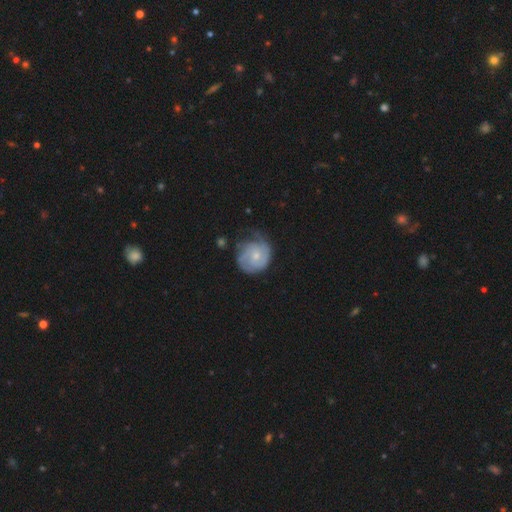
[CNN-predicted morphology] A featured or disk galaxy (65%) with no bar (73%), 2 (33%) tight (57%) spiral arms (88%) and a small central bulge (58%).

Vote fractions:
- Smooth or featured? featured or disk: 65% / smooth: 30% / star or artifact: 6%
- Edge-on disk? no: 98% / yes: 2%
- Bar? no: 73% / weak: 24% / strong: 3%
- Spiral arms? yes: 88% / no: 12%
- Spiral winding? tight: 57% / medium: 30% / loose: 13%
- Spiral arm count? 2: 33% / can't tell: 32% / 3: 16% / 1: 12% / 4: 4% / more than 4: 3%
- Bulge size? small: 58% / moderate: 37% / none: 3% / large: 2% / dominant: 1%
- Merging? none: 47% / minor disturbance: 32% / major disturbance: 18% / merger: 2%